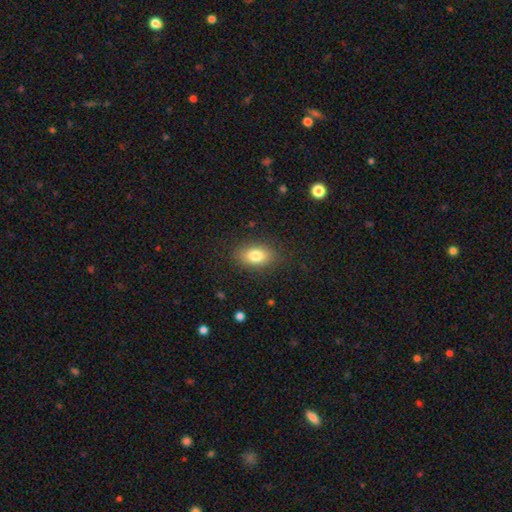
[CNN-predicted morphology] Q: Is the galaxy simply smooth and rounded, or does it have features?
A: smooth — 81%.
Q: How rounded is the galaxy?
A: in between — 87%.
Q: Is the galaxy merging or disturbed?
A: none — 85%.